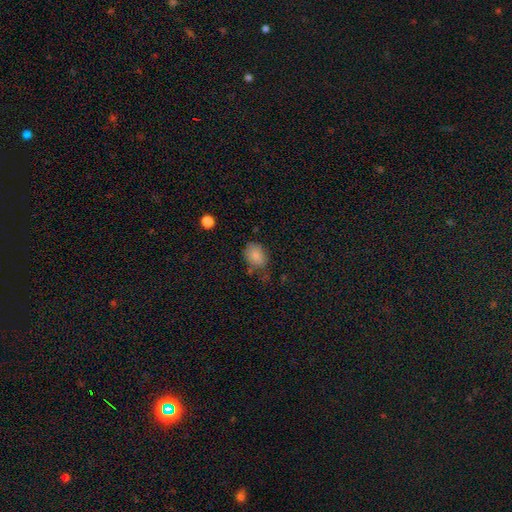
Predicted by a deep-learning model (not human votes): Q: Smooth or featured?
A: smooth (83%); runner-up: star or artifact (9%)
Q: How rounded?
A: in between (68%); runner-up: round (31%)
Q: Merging?
A: none (62%); runner-up: minor disturbance (26%)